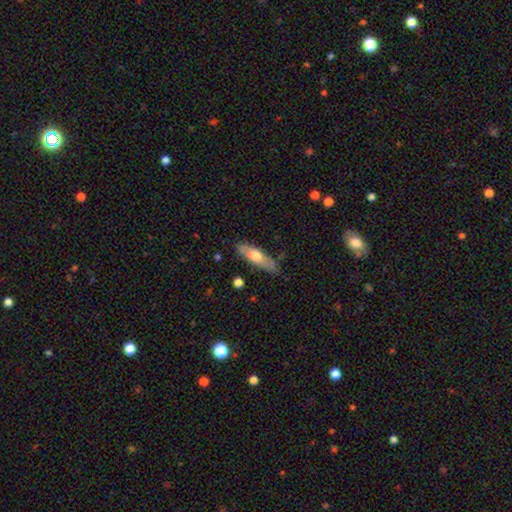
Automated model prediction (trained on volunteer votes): This is possibly a smooth galaxy (56%). How rounded: possibly cigar-shaped (54%). Merging: likely none (78%).